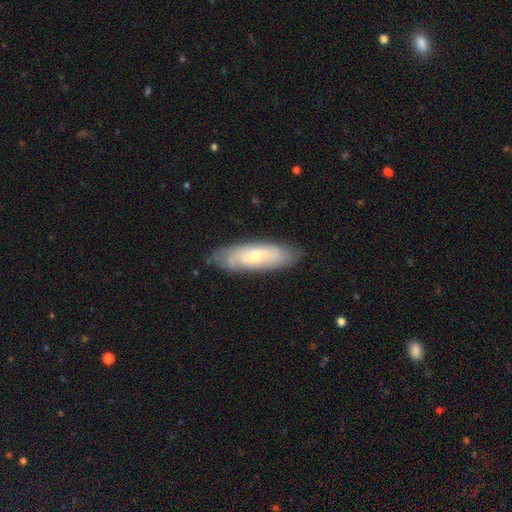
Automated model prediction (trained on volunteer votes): Overall: featured or disk (56%; smooth 38%). Edge-on disk: no (75%). Merging: none (77%).